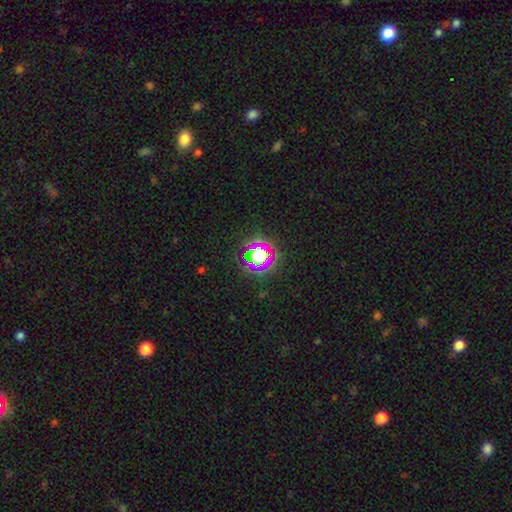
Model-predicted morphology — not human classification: Smooth or featured?
  - star or artifact: 60% *
  - smooth: 27%
  - featured or disk: 13%